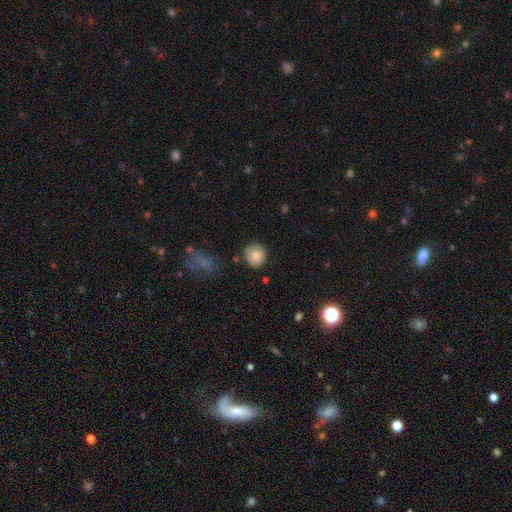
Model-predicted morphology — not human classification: This is clearly a smooth galaxy (80%). How rounded: clearly round (88%). Merging: clearly none (83%).